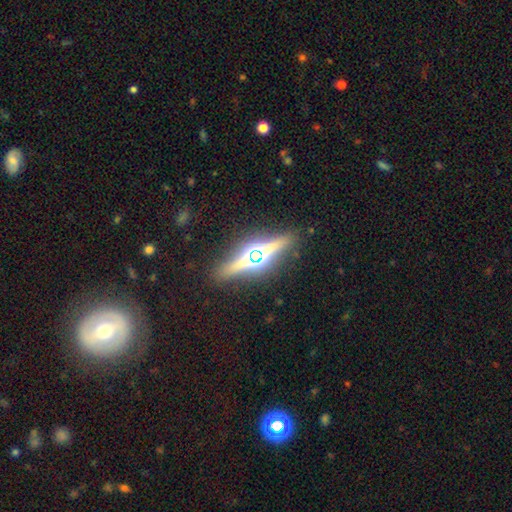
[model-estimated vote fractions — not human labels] The model was most divided on "smooth or featured": featured or disk: 40%, smooth: 33%, star or artifact: 27%. More confident: merging — none (82%).